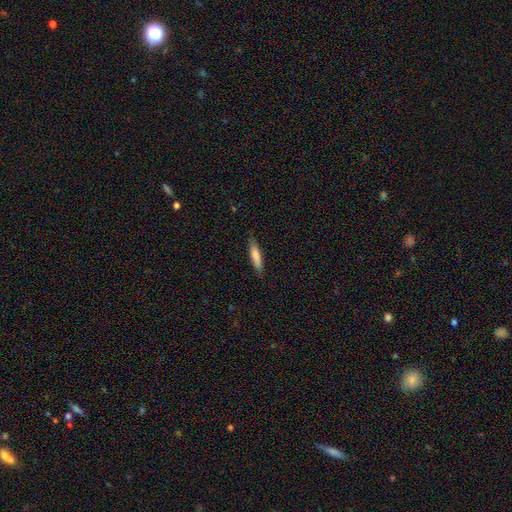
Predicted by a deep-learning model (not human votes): Smooth or featured?
  - smooth: 79% *
  - featured or disk: 15%
  - star or artifact: 6%
How rounded?
  - cigar-shaped: 80% *
  - in between: 18%
  - round: 1%
Merging?
  - none: 83% *
  - minor disturbance: 14%
  - major disturbance: 2%
  - merger: 1%